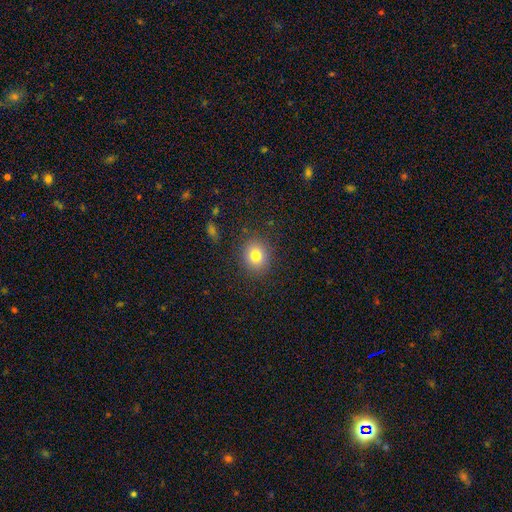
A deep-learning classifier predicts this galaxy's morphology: smooth-or-featured: smooth: 80% | star or artifact: 12% | featured or disk: 9%
  how-rounded: round: 76% | in between: 23% | cigar-shaped: 1%
  merging: none: 87% | minor disturbance: 9% | major disturbance: 3% | merger: 1%